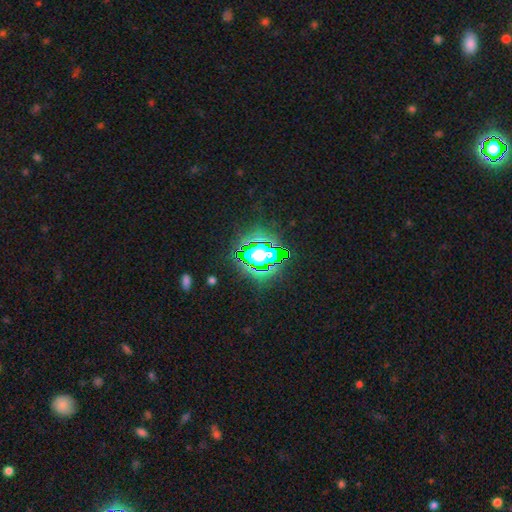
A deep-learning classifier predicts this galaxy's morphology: Smooth or featured? Predicted: star or artifact (p=0.68).